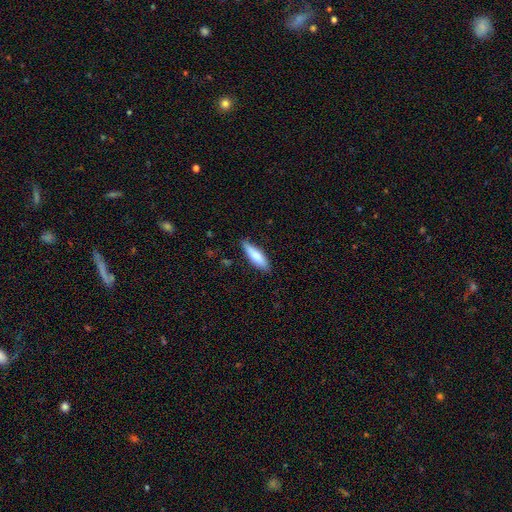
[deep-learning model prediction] Smooth or featured?
  - smooth: 80% *
  - featured or disk: 14%
  - star or artifact: 6%
How rounded?
  - cigar-shaped: 53% *
  - in between: 46%
  - round: 2%
Merging?
  - none: 81% *
  - minor disturbance: 15%
  - major disturbance: 2%
  - merger: 1%